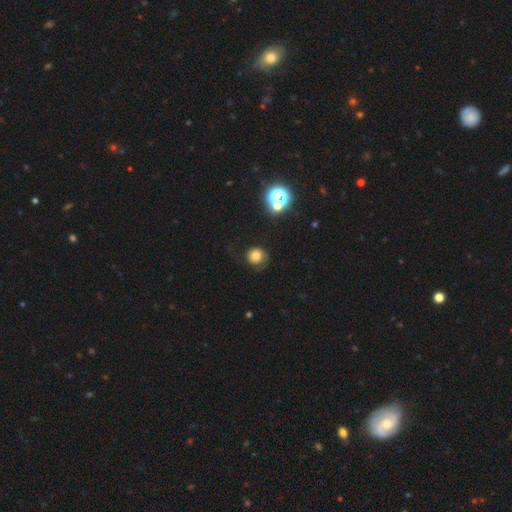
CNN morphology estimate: Overall: smooth (72%). How rounded: round (88%). Merging: none (68%).